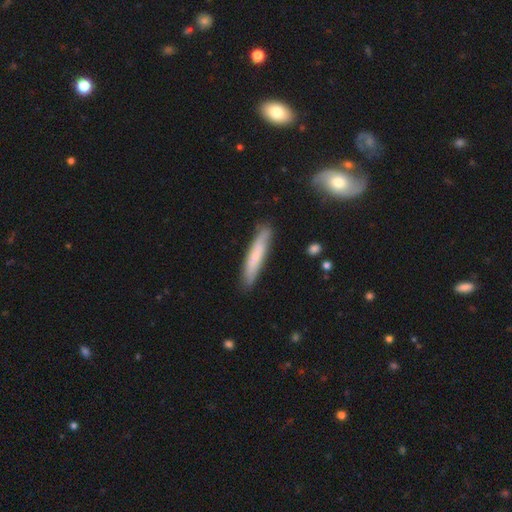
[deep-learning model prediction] This is likely a smooth galaxy (65%). How rounded: clearly cigar-shaped (91%). Merging: clearly none (84%).